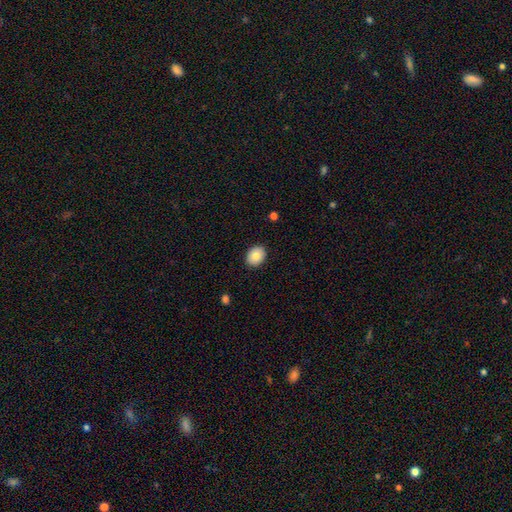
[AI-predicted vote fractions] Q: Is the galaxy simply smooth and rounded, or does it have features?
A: smooth — 83%.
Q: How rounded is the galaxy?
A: in between — 58%.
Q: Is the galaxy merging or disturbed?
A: none — 89%.